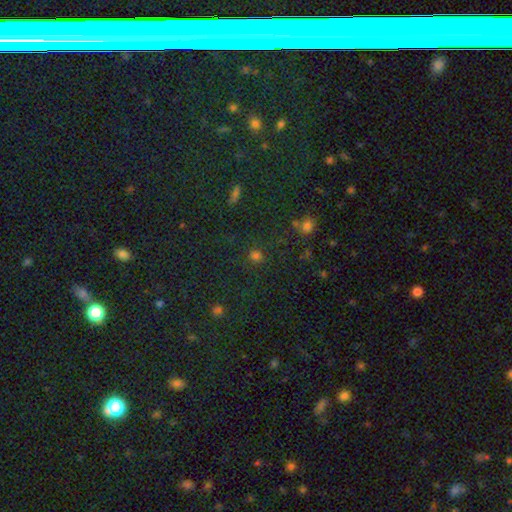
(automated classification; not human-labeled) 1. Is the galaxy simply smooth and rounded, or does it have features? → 71% smooth, 23% star or artifact, 5% featured or disk.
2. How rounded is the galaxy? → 88% round, 11% in between, 1% cigar-shaped.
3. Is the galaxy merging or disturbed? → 84% none, 9% minor disturbance, 4% major disturbance, 3% merger.